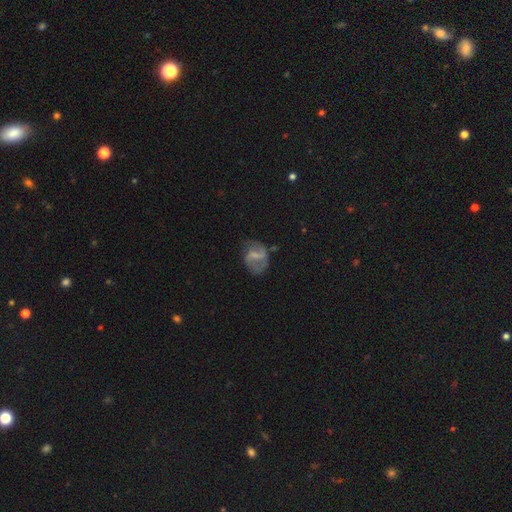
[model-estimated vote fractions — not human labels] A featured or disk galaxy (64%) with a weak bar (47%), spiral arms (75%) and no central bulge (49%). Merging: none (53%).